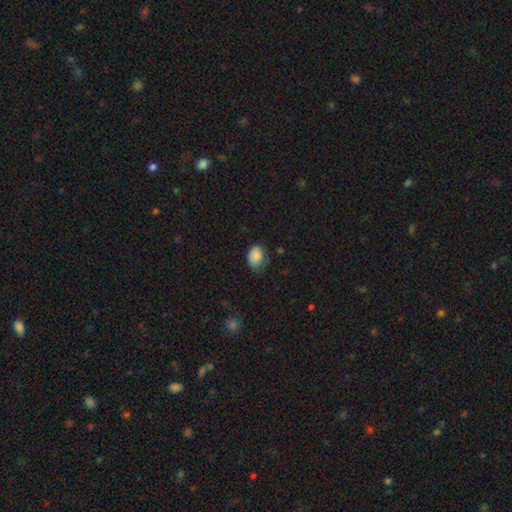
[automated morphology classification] Overall: smooth (85%). How rounded: in between (68%; round 31%). Merging: none (58%; minor disturbance 32%).